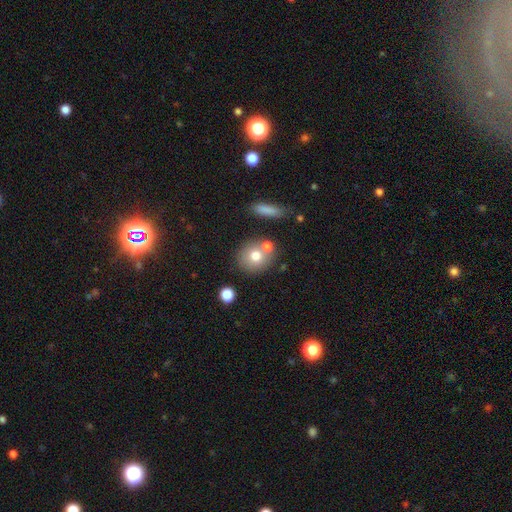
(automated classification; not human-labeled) Morphology: type=smooth (72%); roundness=round (79%); merging=none (61%).